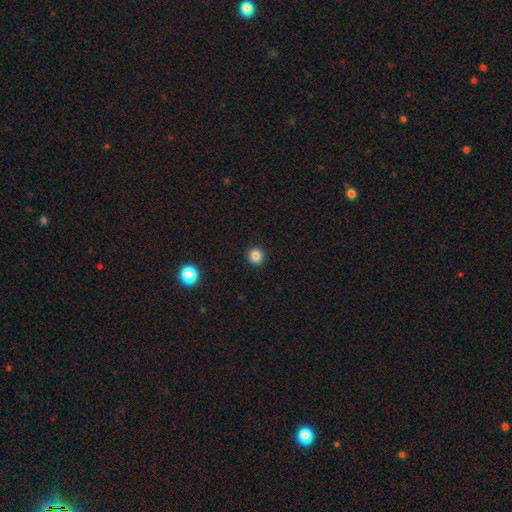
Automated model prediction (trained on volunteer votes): A smooth galaxy with no disk features (84%) that is round (94%).

Vote fractions:
- Smooth or featured? smooth: 84% / star or artifact: 12% / featured or disk: 3%
- How rounded? round: 94% / in between: 5% / cigar-shaped: 1%
- Merging? none: 93% / minor disturbance: 5% / major disturbance: 2% / merger: 1%